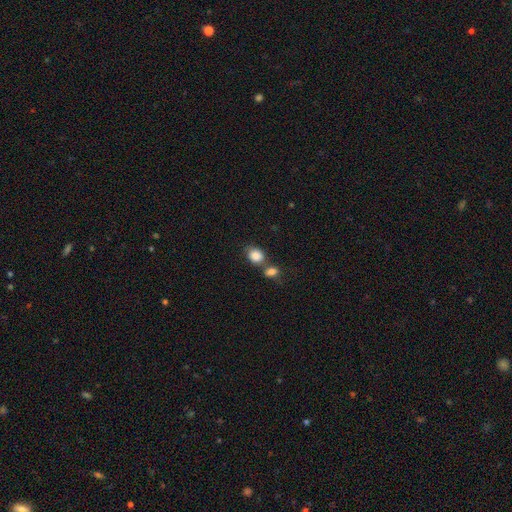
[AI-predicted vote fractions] The model was most divided on "how rounded": round: 51%, in between: 47%, cigar-shaped: 1%. Remaining: smooth or featured — smooth (86%); merging — none (46%).